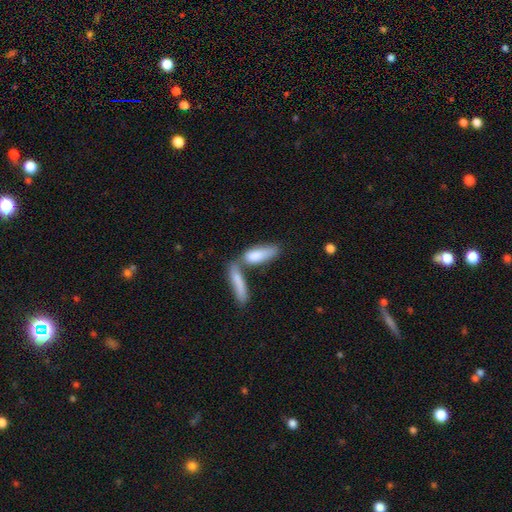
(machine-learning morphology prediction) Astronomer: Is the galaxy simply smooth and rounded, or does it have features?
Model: smooth — 77%.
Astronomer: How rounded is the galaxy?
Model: cigar-shaped — 50% (runner-up: in between, 47%).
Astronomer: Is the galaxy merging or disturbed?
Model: merger — 53% (runner-up: none, 31%).